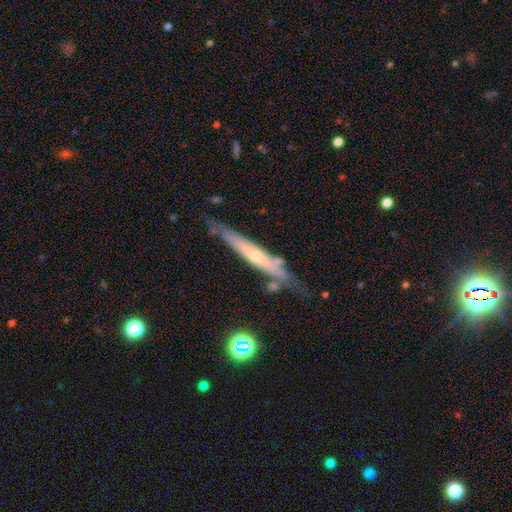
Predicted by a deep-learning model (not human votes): This is possibly a featured or disk galaxy (60%). It is clearly viewed edge-on (85%). Edge-on bulge: possibly rounded (55%). Merging: likely none (68%).